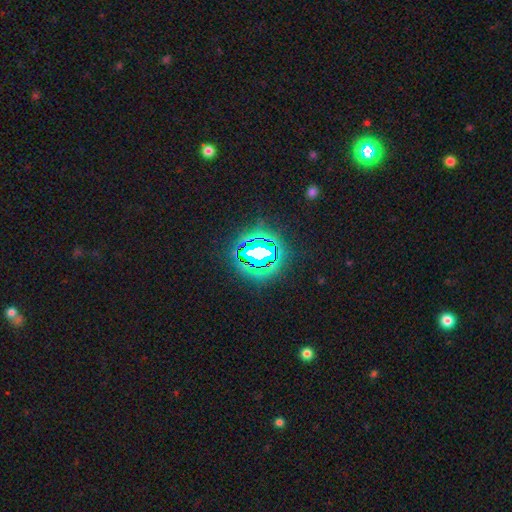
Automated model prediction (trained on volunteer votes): star or artifact 81%, smooth 11%, featured or disk 8%.